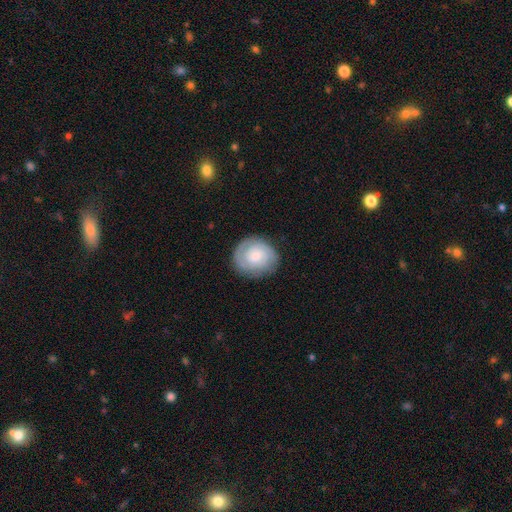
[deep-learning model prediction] featured or disk 66%, smooth 28%, star or artifact 6%. Down the decision tree: edge-on disk — no (98%); bar — no (73%); spiral arms — yes (92%); spiral arm count — 2 (48%); spiral winding — tight (72%); bulge size — small (55%); merging — none (83%).